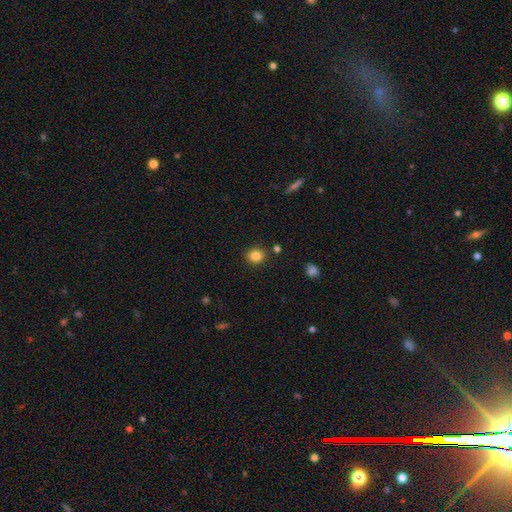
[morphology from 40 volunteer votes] Smooth or featured?
  - smooth: 80% *
  - star or artifact: 12%
  - featured or disk: 8%
How rounded?
  - round: 94% *
  - in between: 6%
  - cigar-shaped: 0%
Merging?
  - none: 74% *
  - minor disturbance: 11%
  - merger: 9%
  - major disturbance: 6%